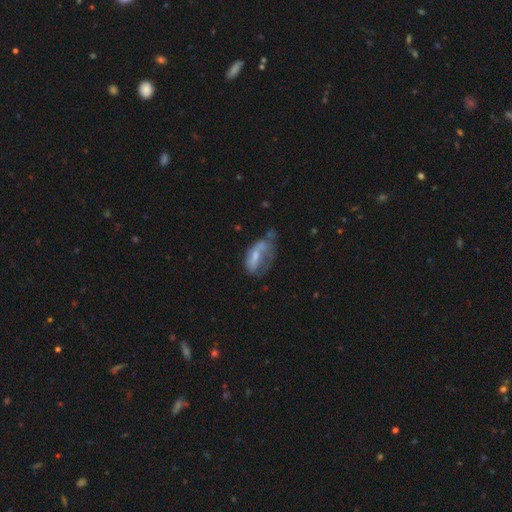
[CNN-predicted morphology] featured or disk 49%, smooth 43%, star or artifact 8%. Down the decision tree: merging — major disturbance (35%).